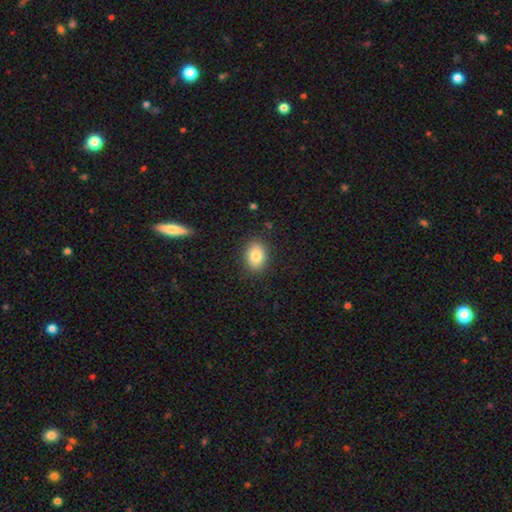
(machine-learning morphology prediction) Q: Smooth or featured?
A: smooth (84%); runner-up: star or artifact (8%)
Q: How rounded?
A: in between (71%); runner-up: round (28%)
Q: Merging?
A: none (88%); runner-up: minor disturbance (9%)